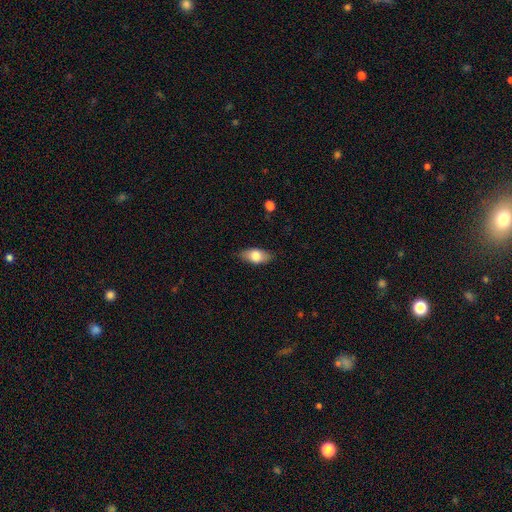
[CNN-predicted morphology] smooth_or_featured: smooth (p=0.74) [alt: featured or disk p=0.20]
how_rounded: in between (p=0.88) [alt: cigar-shaped p=0.08]
merging: none (p=0.84) [alt: minor disturbance p=0.13]